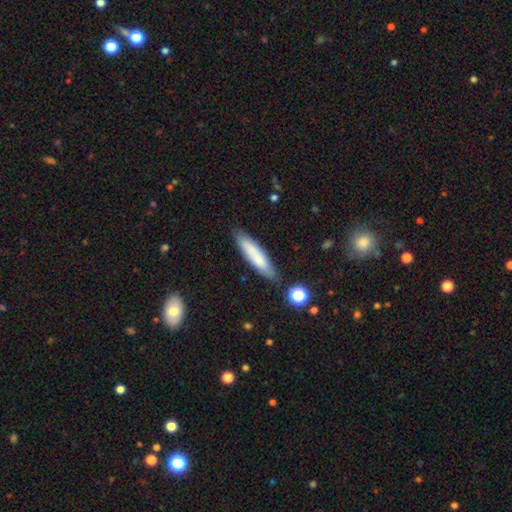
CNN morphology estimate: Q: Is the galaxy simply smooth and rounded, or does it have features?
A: smooth — 75%.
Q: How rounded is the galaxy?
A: cigar-shaped — 79%.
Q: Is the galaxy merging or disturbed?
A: none — 83%.